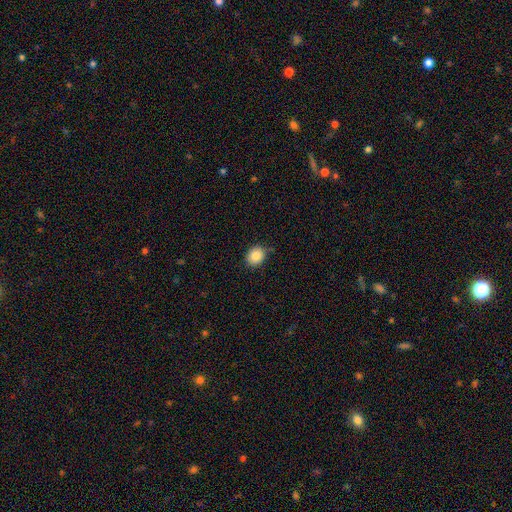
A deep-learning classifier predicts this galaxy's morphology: A smooth galaxy with no disk features (86%) that is round (61%).

Vote fractions:
- Smooth or featured? smooth: 86% / star or artifact: 9% / featured or disk: 5%
- How rounded? round: 61% / in between: 38% / cigar-shaped: 1%
- Merging? none: 82% / minor disturbance: 14% / major disturbance: 2% / merger: 2%